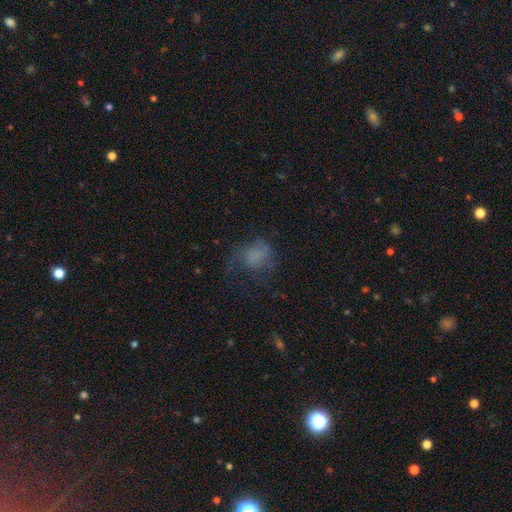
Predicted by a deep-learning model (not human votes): A smooth galaxy with no disk features (53%) that is round (50%).

Vote fractions:
- Smooth or featured? smooth: 53% / featured or disk: 30% / star or artifact: 17%
- How rounded? round: 50% / in between: 49% / cigar-shaped: 2%
- Merging? none: 41% / major disturbance: 35% / minor disturbance: 21% / merger: 2%